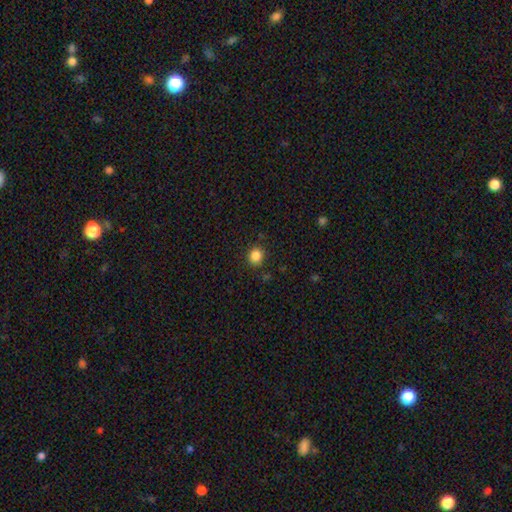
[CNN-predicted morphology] Smooth or featured: smooth — 86% (star or artifact — 11%)
How rounded: round — 80% (in between — 19%)
Merging: none — 88% (minor disturbance — 8%)